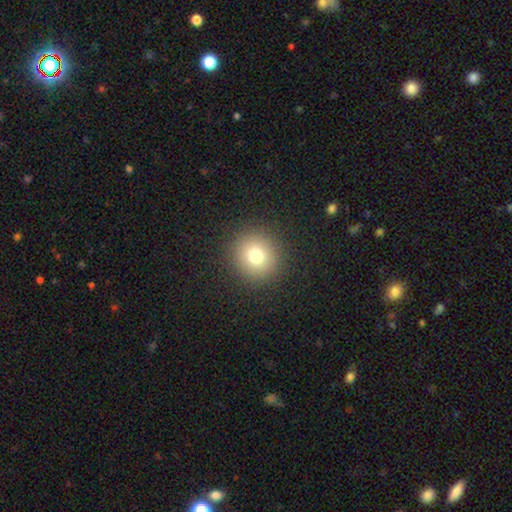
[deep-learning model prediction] Smooth or featured? smooth (75%)
How rounded? round (92%)
Merging? none (91%)